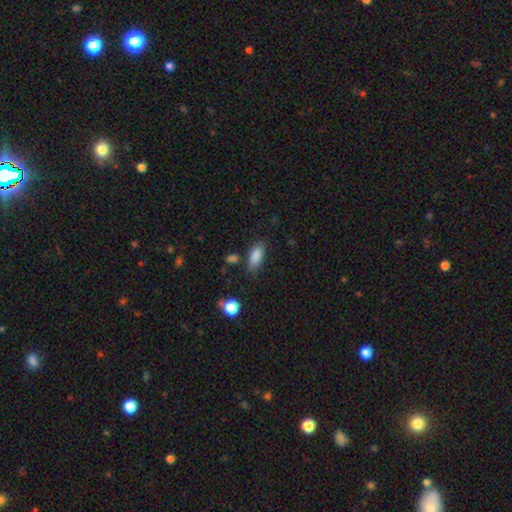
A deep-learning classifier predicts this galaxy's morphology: The model was most divided on "merging": none: 74%, minor disturbance: 17%, major disturbance: 4%, merger: 4%. More confident: smooth or featured — smooth (86%); how rounded — in between (82%).